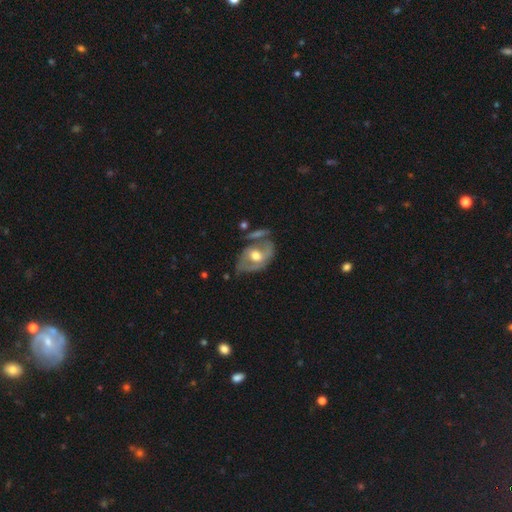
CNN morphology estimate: The model was most divided on "spiral arms": yes: 57%, no: 43%. Remaining: edge-on disk — no (93%); bulge size — moderate (69%); smooth or featured — featured or disk (64%); bar — no (60%); merging — none (47%).